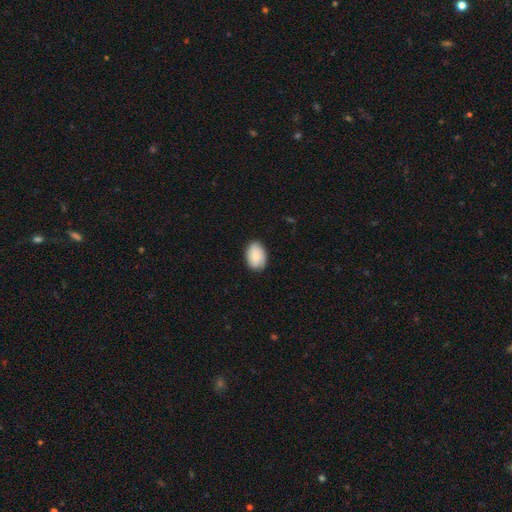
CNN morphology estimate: Smooth or featured?
  - smooth: 81% *
  - featured or disk: 12%
  - star or artifact: 6%
How rounded?
  - in between: 85% *
  - round: 14%
  - cigar-shaped: 1%
Merging?
  - none: 82% *
  - minor disturbance: 14%
  - major disturbance: 3%
  - merger: 1%